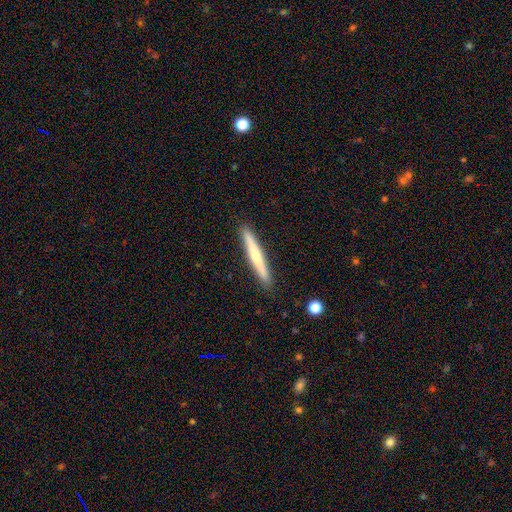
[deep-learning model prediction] A smooth galaxy with no disk features (51%) that is cigar-shaped (96%).

Vote fractions:
- Smooth or featured? smooth: 51% / featured or disk: 43% / star or artifact: 5%
- How rounded? cigar-shaped: 96% / in between: 2% / round: 1%
- Merging? none: 91% / minor disturbance: 6% / major disturbance: 1% / merger: 1%